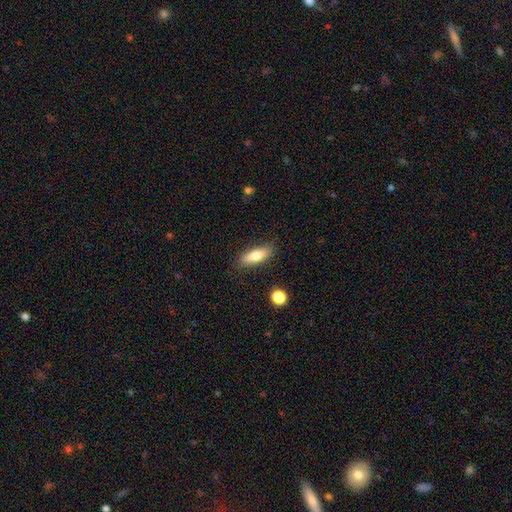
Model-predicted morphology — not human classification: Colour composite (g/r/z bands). It shows a smooth galaxy with no disk features (78%) that is in between round and cigar-shaped (59%). Merging: none (84%).